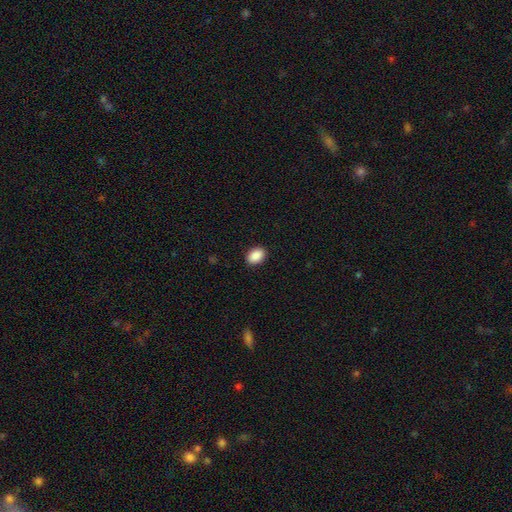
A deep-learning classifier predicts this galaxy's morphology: Smooth or featured? Predicted: smooth (p=0.90). How rounded? Predicted: in between (p=0.83). Merging? Predicted: none (p=0.91).